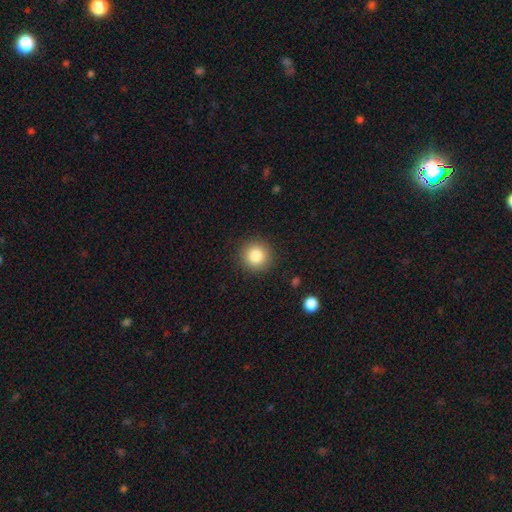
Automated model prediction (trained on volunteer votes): Smooth or featured: smooth — 84% (star or artifact — 10%)
How rounded: round — 94% (in between — 5%)
Merging: none — 90% (minor disturbance — 6%)